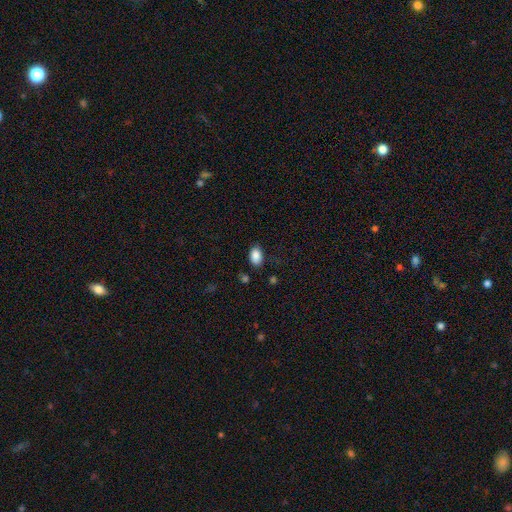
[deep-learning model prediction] smooth 88%, star or artifact 8%, featured or disk 4%. Down the decision tree: how rounded — in between (89%); merging — none (81%).